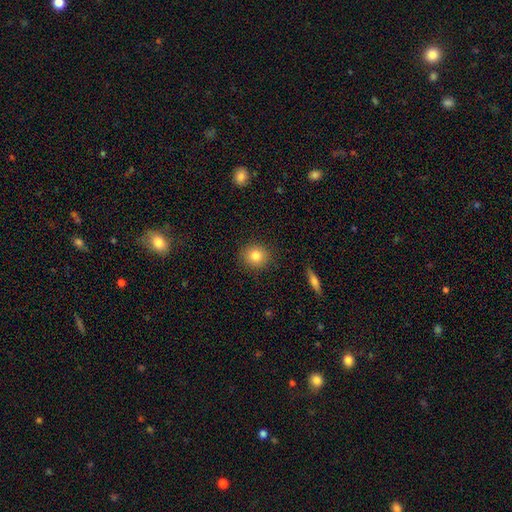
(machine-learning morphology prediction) smooth-or-featured: smooth: 82% | star or artifact: 10% | featured or disk: 9%
  how-rounded: round: 85% | in between: 14% | cigar-shaped: 1%
  merging: none: 90% | minor disturbance: 7% | major disturbance: 2% | merger: 1%